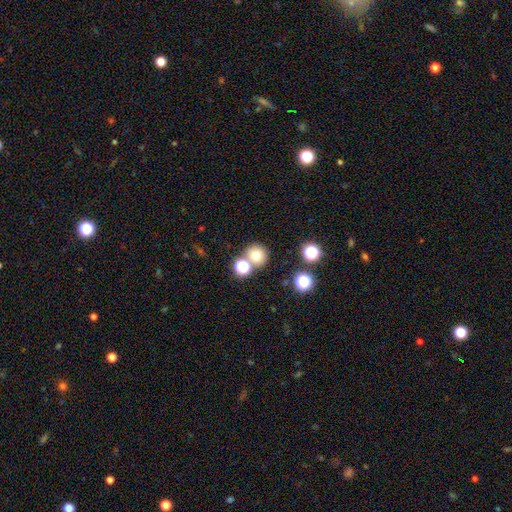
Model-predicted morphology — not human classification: This is likely a smooth galaxy (73%). How rounded: clearly round (89%). Merging: likely none (69%).